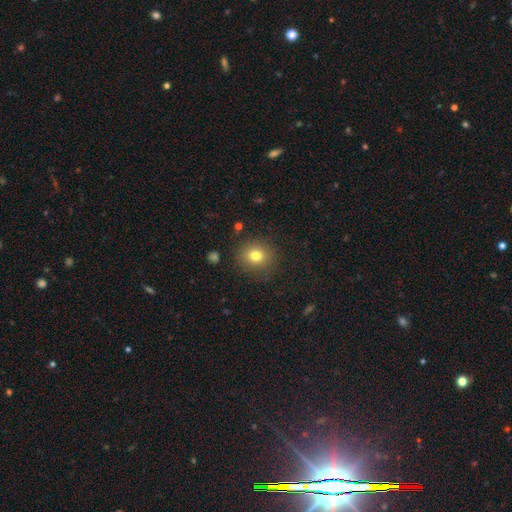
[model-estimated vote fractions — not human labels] smooth-or-featured: smooth: 77% | star or artifact: 13% | featured or disk: 10%
  how-rounded: round: 83% | in between: 16% | cigar-shaped: 1%
  merging: none: 86% | minor disturbance: 9% | major disturbance: 3% | merger: 2%